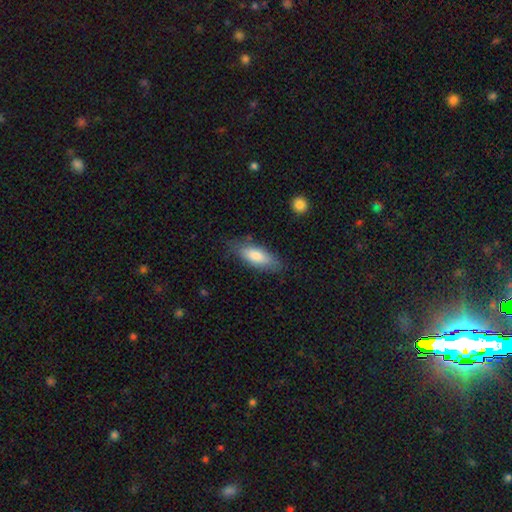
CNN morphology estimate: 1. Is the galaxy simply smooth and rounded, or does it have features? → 79% smooth, 15% featured or disk, 6% star or artifact.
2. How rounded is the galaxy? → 70% in between, 28% cigar-shaped, 2% round.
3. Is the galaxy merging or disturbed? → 76% none, 18% minor disturbance, 4% major disturbance, 2% merger.